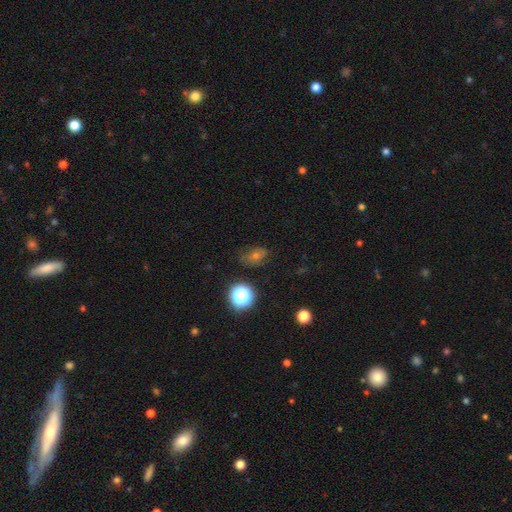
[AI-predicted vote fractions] smooth 42%, star or artifact 39%, featured or disk 19%. Down the decision tree: merging — none (73%).